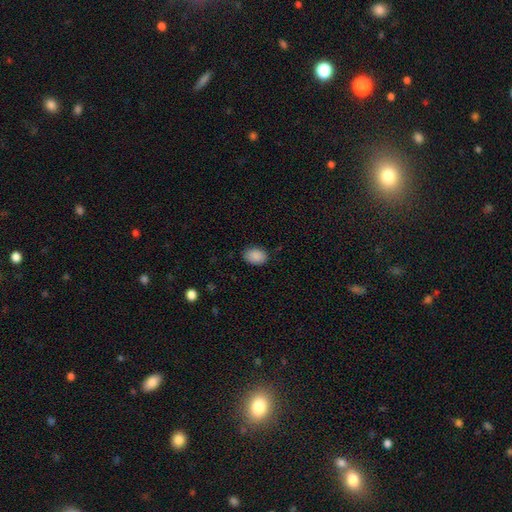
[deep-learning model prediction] A smooth galaxy with no disk features (89%) that is in between round and cigar-shaped (80%).

Vote fractions:
- Smooth or featured? smooth: 89% / star or artifact: 8% / featured or disk: 3%
- How rounded? in between: 80% / round: 19% / cigar-shaped: 1%
- Merging? none: 85% / minor disturbance: 12% / major disturbance: 2% / merger: 1%